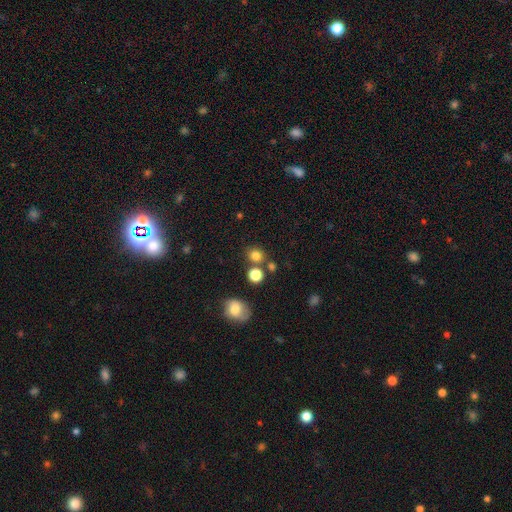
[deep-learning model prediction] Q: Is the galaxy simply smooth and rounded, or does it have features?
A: smooth — 80%.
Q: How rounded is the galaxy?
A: round — 78%.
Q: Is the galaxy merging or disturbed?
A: none — 73%.